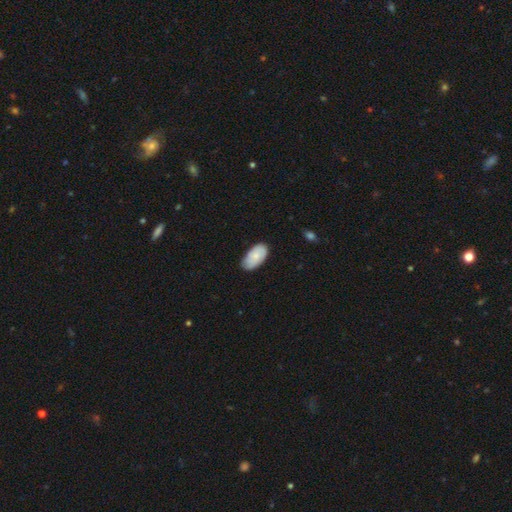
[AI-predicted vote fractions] Smooth or featured? Predicted: smooth (p=0.75). How rounded? Predicted: in between (p=0.95). Merging? Predicted: none (p=0.72).